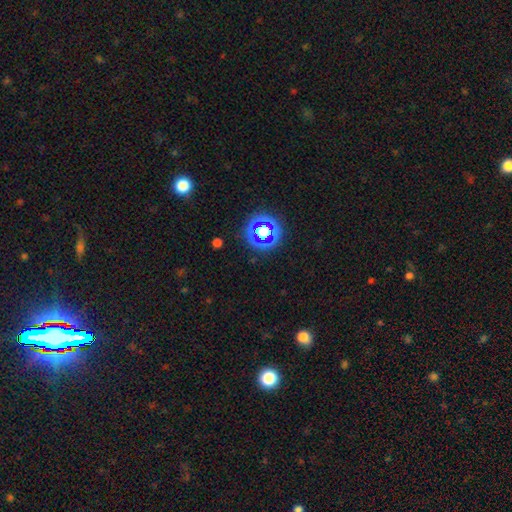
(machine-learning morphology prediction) type=star or artifact (65%).